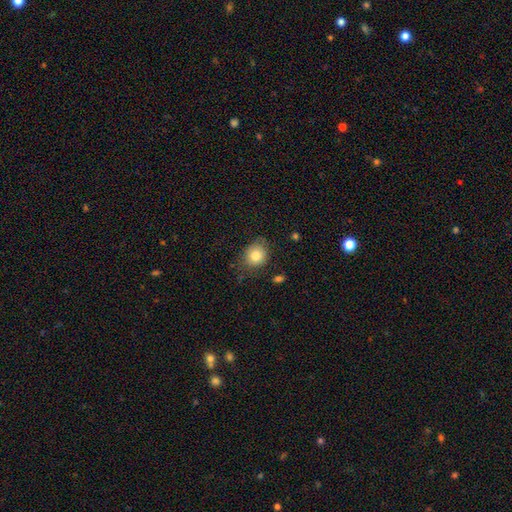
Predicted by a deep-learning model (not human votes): Smooth or featured? smooth (81%)
How rounded? round (69%)
Merging? none (71%)